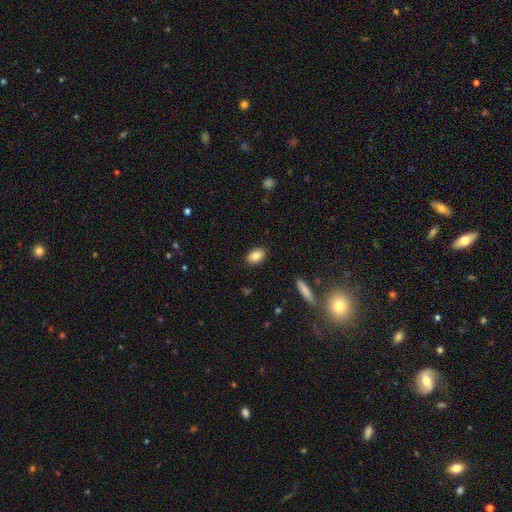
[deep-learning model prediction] Smooth or featured?
  - smooth: 84% *
  - featured or disk: 9%
  - star or artifact: 8%
How rounded?
  - in between: 85% *
  - round: 13%
  - cigar-shaped: 2%
Merging?
  - none: 88% *
  - minor disturbance: 9%
  - major disturbance: 2%
  - merger: 1%